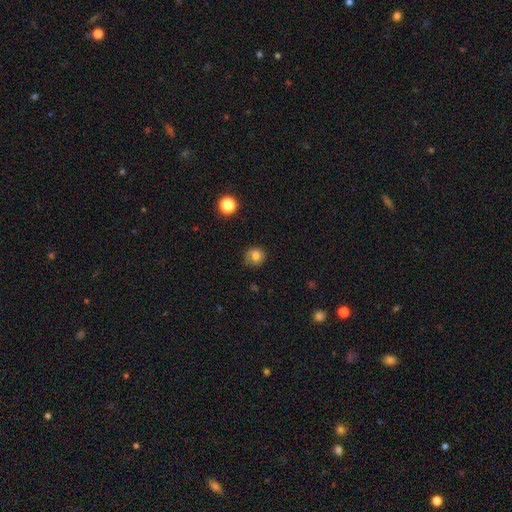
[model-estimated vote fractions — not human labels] A smooth galaxy with no disk features (76%) that is round (80%). Merging: none (71%).